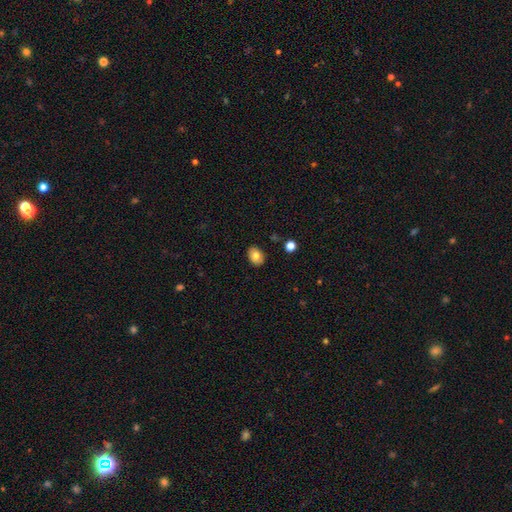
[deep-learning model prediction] Smooth or featured? smooth (78%)
How rounded? in between (69%)
Merging? none (88%)